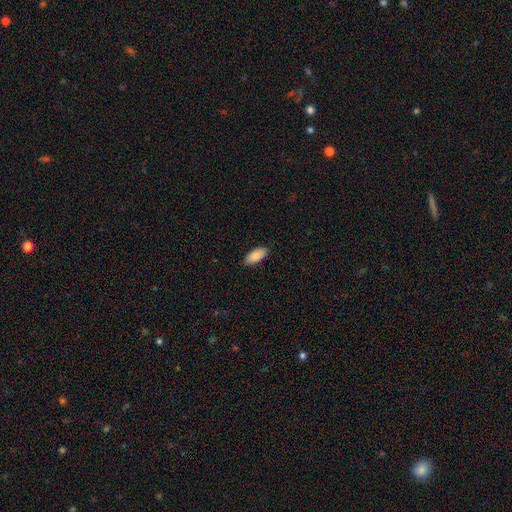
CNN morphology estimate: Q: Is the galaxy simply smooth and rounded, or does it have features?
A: smooth — 90%.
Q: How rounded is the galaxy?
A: in between — 91%.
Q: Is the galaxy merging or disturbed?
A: none — 88%.